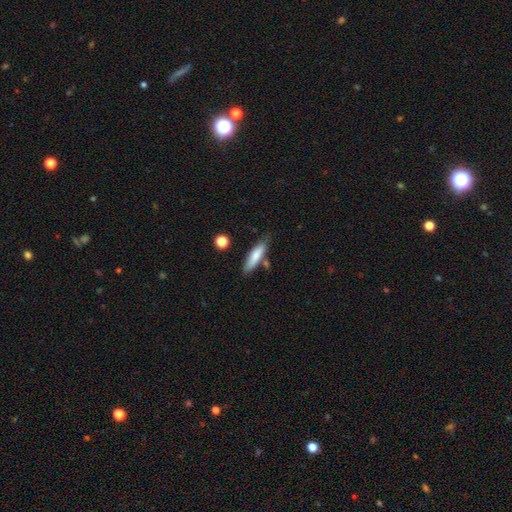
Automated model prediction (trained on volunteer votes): smooth 76%, featured or disk 18%, star or artifact 6%. Down the decision tree: how rounded — cigar-shaped (70%); merging — none (74%).